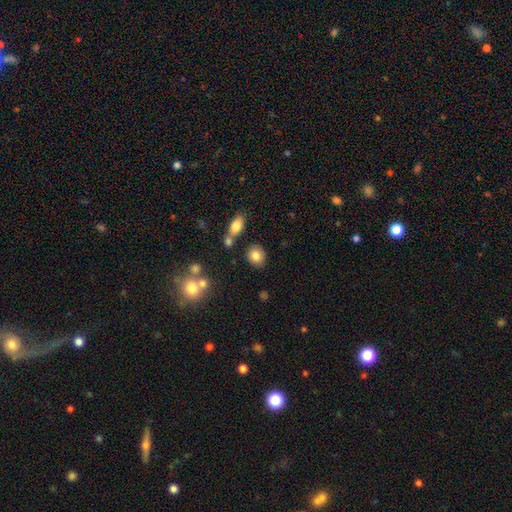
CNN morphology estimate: This appears to be a smooth galaxy with no disk features (83%) that is round (66%). Merging: none (81%).